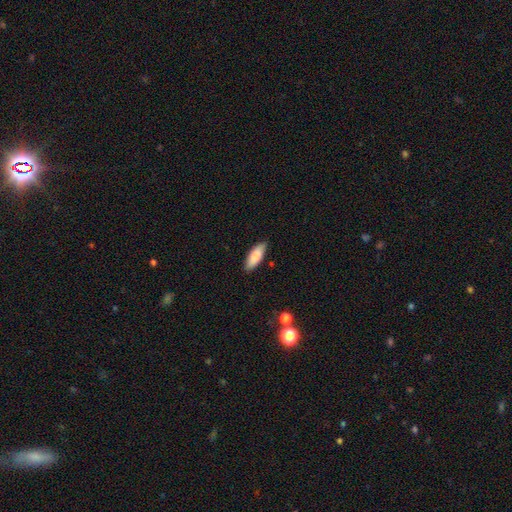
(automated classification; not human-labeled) Smooth or featured? Predicted: smooth (p=0.77). How rounded? Predicted: in between (p=0.70). Merging? Predicted: none (p=0.88).